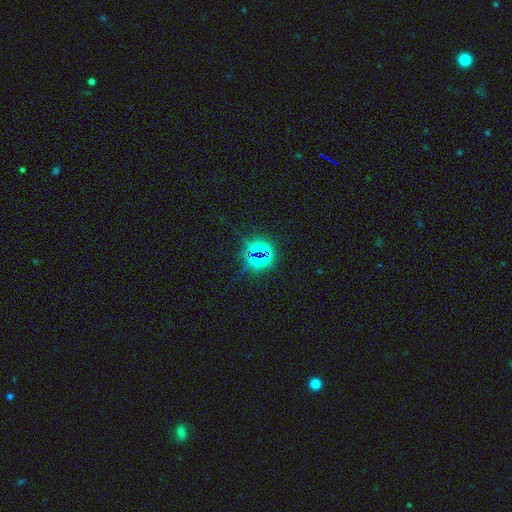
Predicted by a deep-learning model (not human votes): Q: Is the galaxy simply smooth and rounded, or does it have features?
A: star or artifact — 69%.